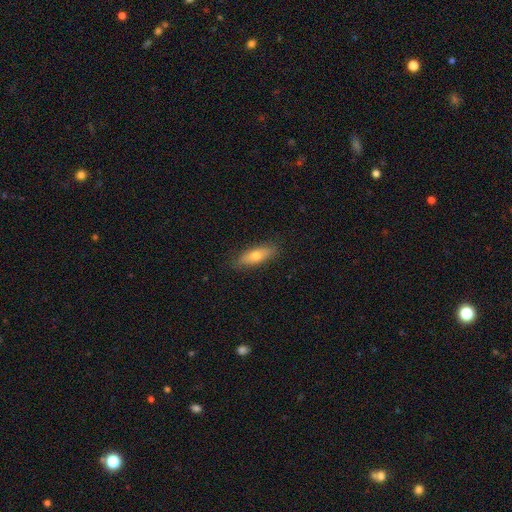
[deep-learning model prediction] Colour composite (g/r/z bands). It shows a smooth galaxy with no disk features (68%) that is in between round and cigar-shaped (58%). Merging: none (86%).